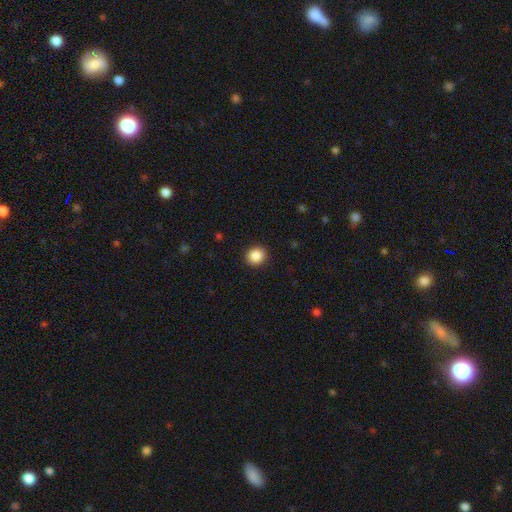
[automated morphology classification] Smooth or featured? Predicted: smooth (p=0.88). How rounded? Predicted: round (p=0.88). Merging? Predicted: none (p=0.92).